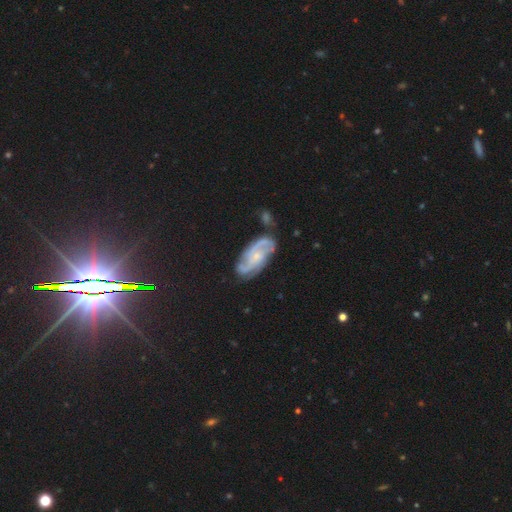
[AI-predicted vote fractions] Smooth or featured?
  - featured or disk: 83% *
  - smooth: 10%
  - star or artifact: 8%
Edge-on disk?
  - no: 96% *
  - yes: 4%
Bar?
  - no: 64% *
  - weak: 30%
  - strong: 7%
Spiral arms?
  - yes: 97% *
  - no: 3%
Spiral winding?
  - medium: 45% *
  - tight: 43%
  - loose: 13%
Spiral arm count?
  - 2: 35% *
  - 3: 34%
  - can't tell: 13%
  - 4: 8%
  - 1: 5%
  - more than 4: 5%
Bulge size?
  - small: 69% *
  - moderate: 22%
  - none: 6%
  - large: 2%
  - dominant: 1%
Merging?
  - none: 73% *
  - minor disturbance: 18%
  - major disturbance: 6%
  - merger: 3%